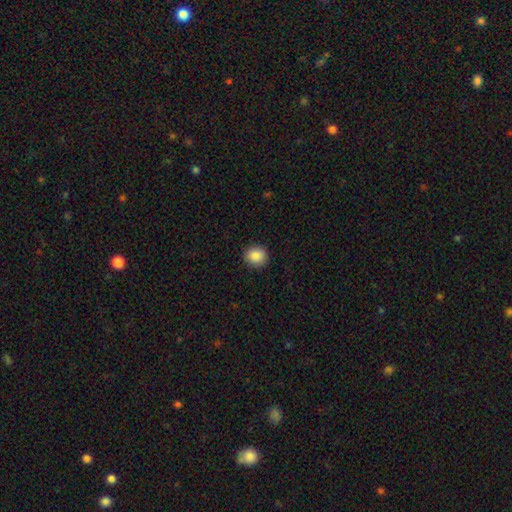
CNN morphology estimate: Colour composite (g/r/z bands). It shows a smooth galaxy with no disk features (87%) that is round (84%). Merging: none (91%).